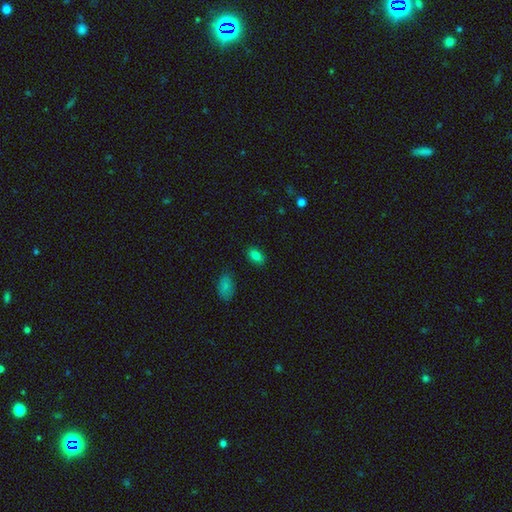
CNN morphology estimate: smooth_or_featured: smooth (p=0.83) [alt: star or artifact p=0.11]
how_rounded: in between (p=0.90) [alt: round p=0.08]
merging: none (p=0.87) [alt: minor disturbance p=0.09]